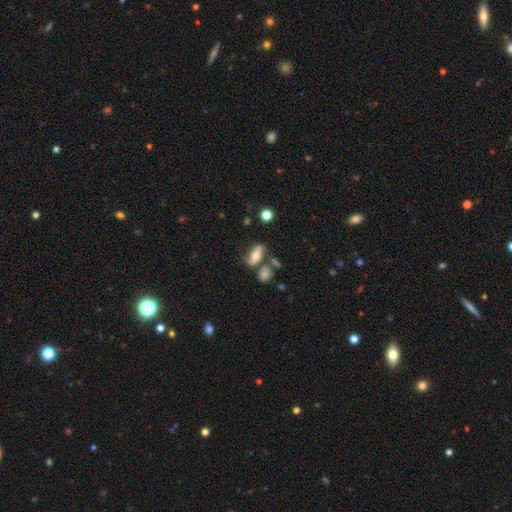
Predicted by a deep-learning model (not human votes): Smooth or featured: smooth — 46% (featured or disk — 44%)
Merging: none — 49% (minor disturbance — 20%)